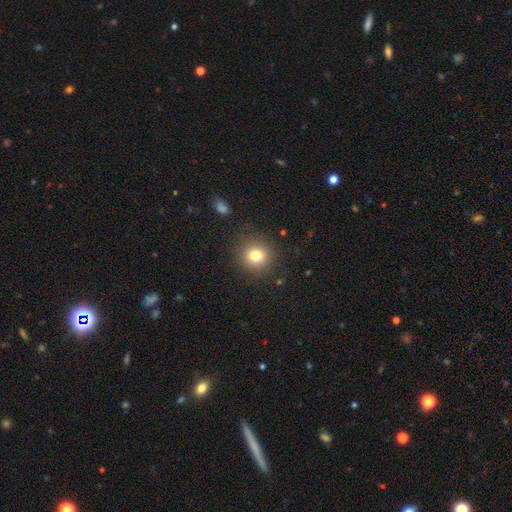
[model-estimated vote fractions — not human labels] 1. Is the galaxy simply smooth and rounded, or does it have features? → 79% smooth, 13% star or artifact, 8% featured or disk.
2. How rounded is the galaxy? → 91% round, 8% in between, 1% cigar-shaped.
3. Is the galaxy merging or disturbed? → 88% none, 8% minor disturbance, 3% major disturbance, 1% merger.